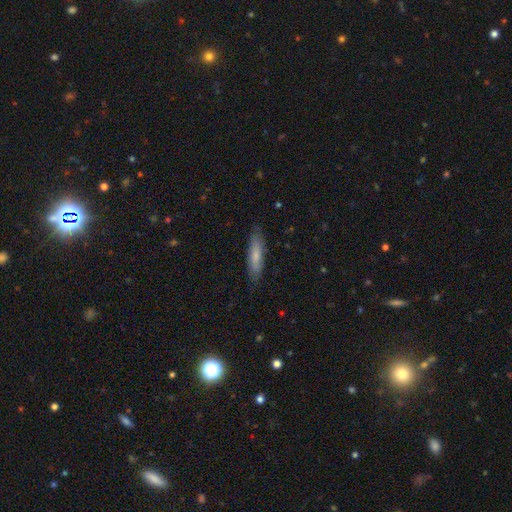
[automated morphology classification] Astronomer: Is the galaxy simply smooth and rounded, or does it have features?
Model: smooth — 77%.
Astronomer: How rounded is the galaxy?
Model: cigar-shaped — 74%.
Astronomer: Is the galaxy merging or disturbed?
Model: none — 84%.